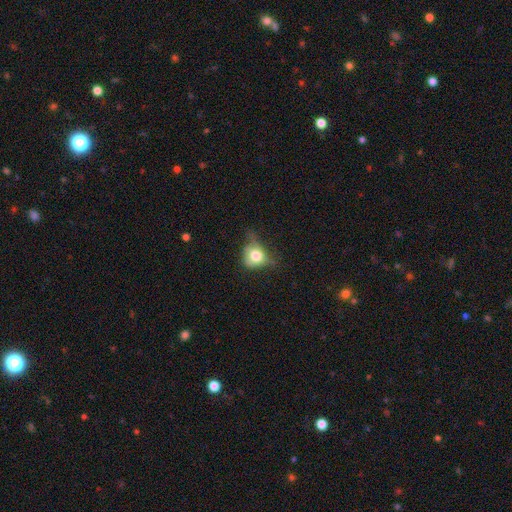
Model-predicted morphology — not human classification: smooth-or-featured: smooth: 66% | featured or disk: 23% | star or artifact: 11%
  how-rounded: round: 59% | in between: 39% | cigar-shaped: 2%
  merging: minor disturbance: 36% | none: 31% | major disturbance: 30% | merger: 3%